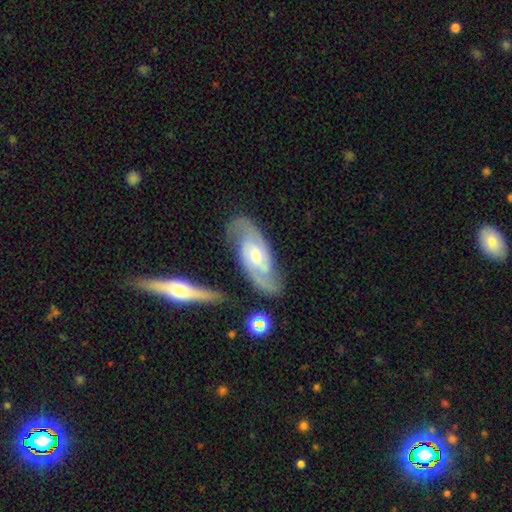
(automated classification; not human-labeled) Smooth or featured? featured or disk (84%)
Edge-on disk? no (90%)
Bar? no (47%)
Spiral arms? yes (95%)
Spiral winding? medium (47%)
Spiral arm count? 2 (85%)
Bulge size? moderate (60%)
Merging? none (74%)